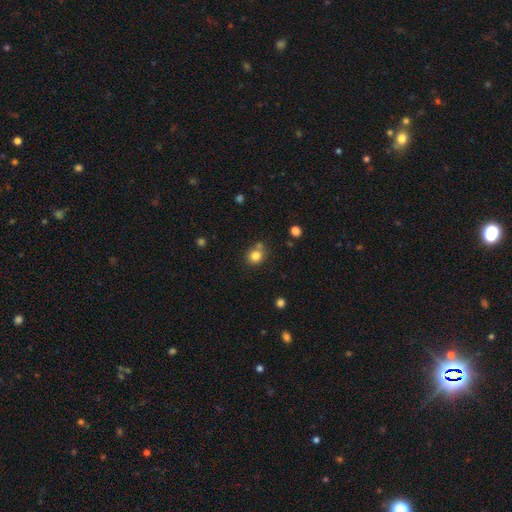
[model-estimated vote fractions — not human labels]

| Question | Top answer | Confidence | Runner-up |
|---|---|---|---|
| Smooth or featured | smooth | 81% | star or artifact (12%) |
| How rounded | round | 81% | in between (18%) |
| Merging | none | 67% | merger (17%) |